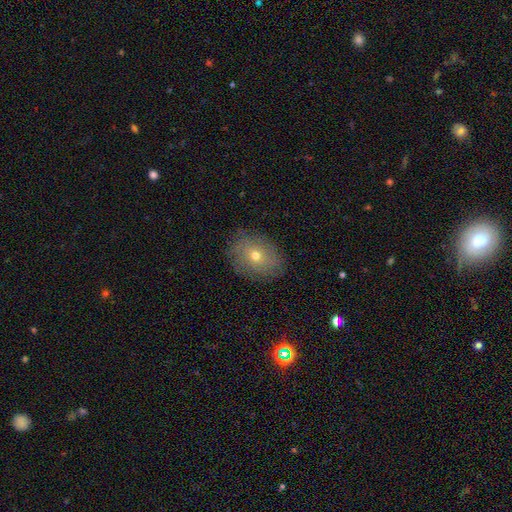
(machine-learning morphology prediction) smooth-or-featured: smooth: 55% | featured or disk: 33% | star or artifact: 12%
  how-rounded: in between: 56% | round: 42% | cigar-shaped: 1%
  merging: none: 80% | minor disturbance: 14% | major disturbance: 5% | merger: 1%